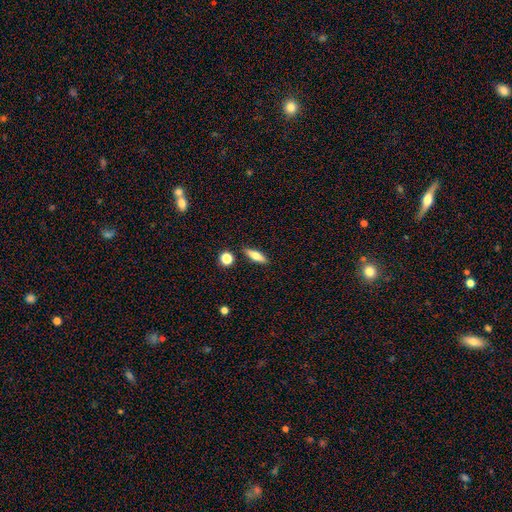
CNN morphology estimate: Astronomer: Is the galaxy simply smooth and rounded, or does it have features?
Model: smooth — 62%.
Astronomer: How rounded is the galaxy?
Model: cigar-shaped — 56% (runner-up: in between, 40%).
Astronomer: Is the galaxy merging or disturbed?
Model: none — 86%.